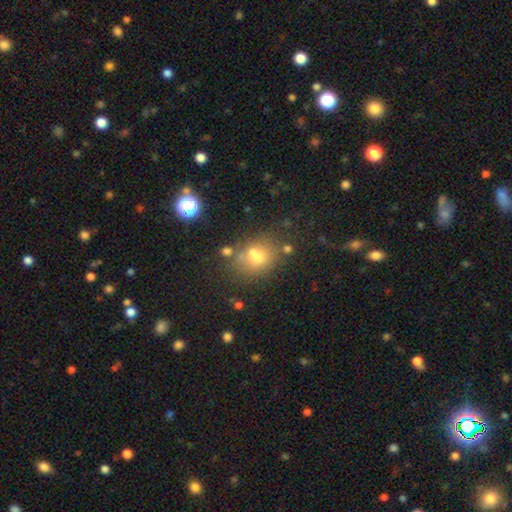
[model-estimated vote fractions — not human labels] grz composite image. It shows a smooth galaxy with no disk features (68%) that is in between round and cigar-shaped (54%). Merging: none (59%).